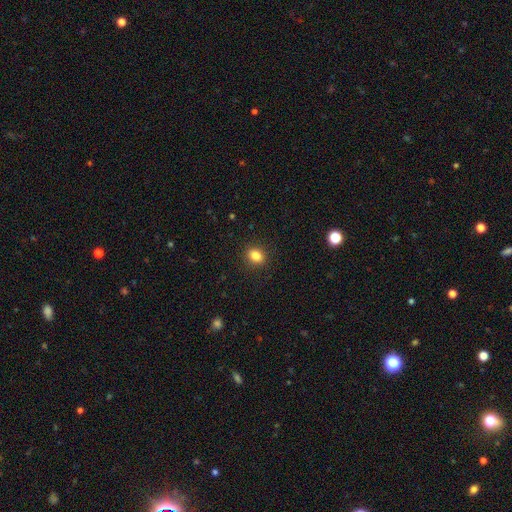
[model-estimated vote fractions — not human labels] This appears to be a smooth galaxy with no disk features (84%) that is in between round and cigar-shaped (52%). Merging: none (90%).